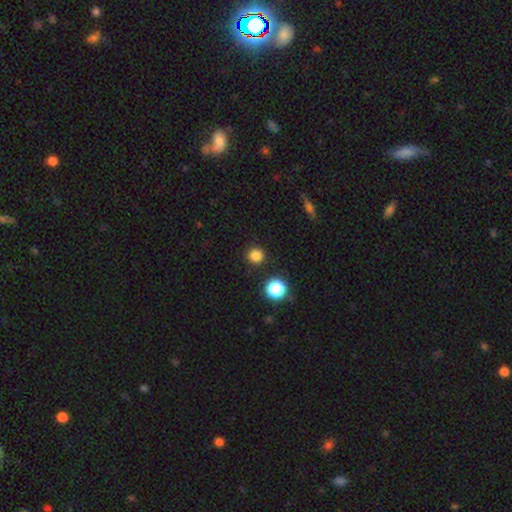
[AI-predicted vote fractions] This is clearly a smooth galaxy (82%). How rounded: clearly round (94%). Merging: clearly none (91%).